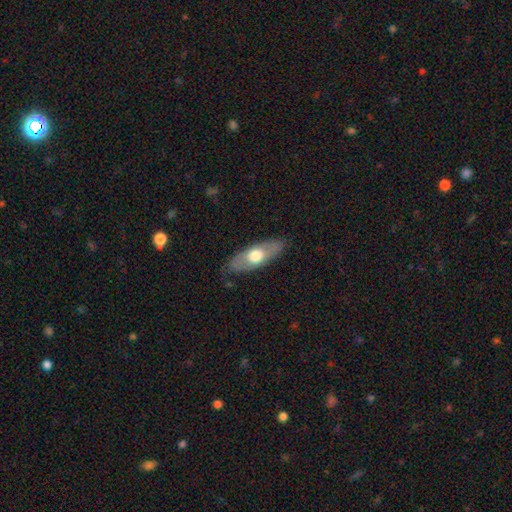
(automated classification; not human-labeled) Smooth or featured? smooth (54%)
How rounded? in between (70%)
Merging? none (83%)